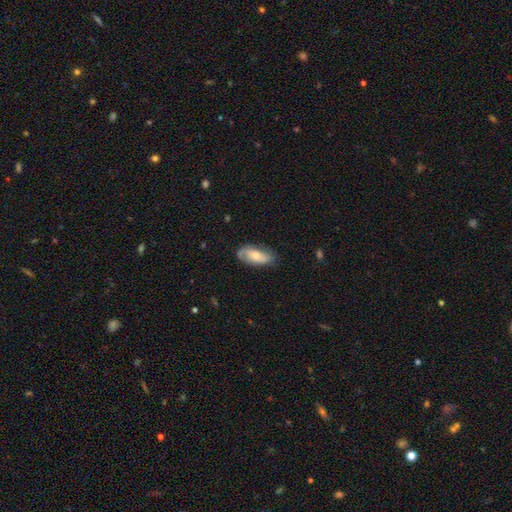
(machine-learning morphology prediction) smooth_or_featured: featured or disk (p=0.49) [alt: smooth p=0.45]
merging: none (p=0.71) [alt: minor disturbance p=0.21]